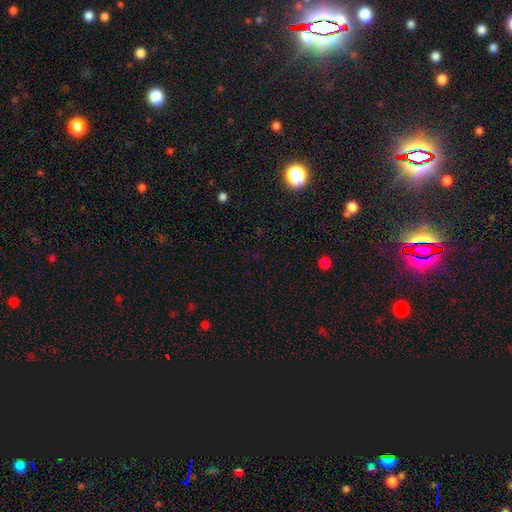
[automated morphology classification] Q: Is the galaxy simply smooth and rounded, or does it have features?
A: star or artifact — 66%.